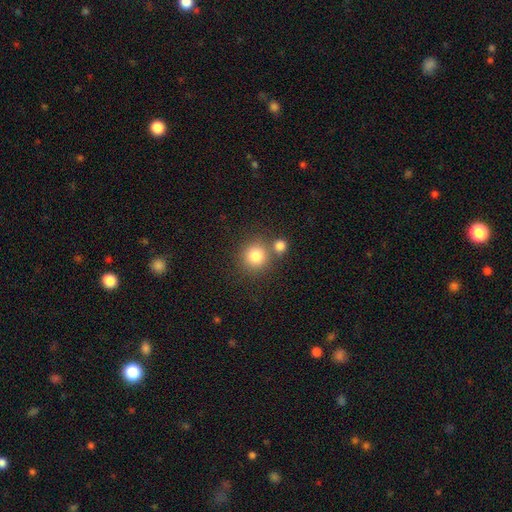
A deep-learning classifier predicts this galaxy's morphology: This appears to be a smooth galaxy with no disk features (82%) that is round (91%). Merging: none (67%).